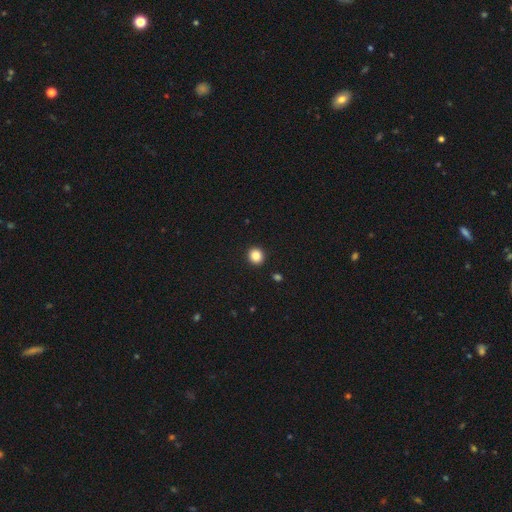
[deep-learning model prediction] Q: Smooth or featured?
A: smooth (86%); runner-up: star or artifact (10%)
Q: How rounded?
A: round (88%); runner-up: in between (11%)
Q: Merging?
A: none (93%); runner-up: minor disturbance (4%)